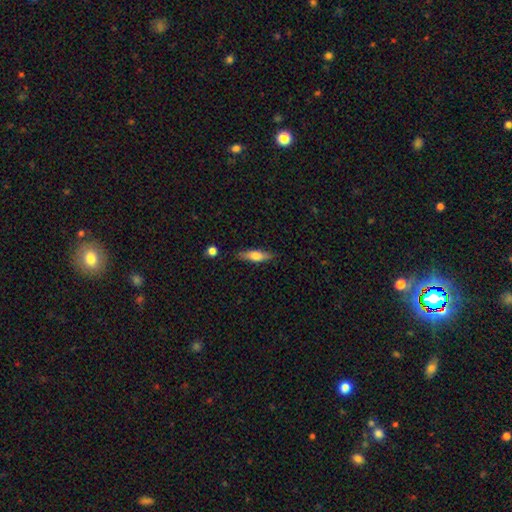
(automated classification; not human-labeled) smooth 61%, featured or disk 32%, star or artifact 7%. Down the decision tree: how rounded — cigar-shaped (61%); merging — none (83%).